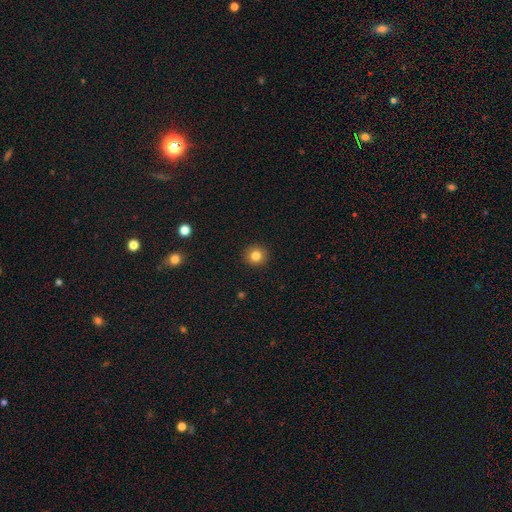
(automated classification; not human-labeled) smooth 81%, star or artifact 12%, featured or disk 7%. Down the decision tree: how rounded — round (92%); merging — none (93%).